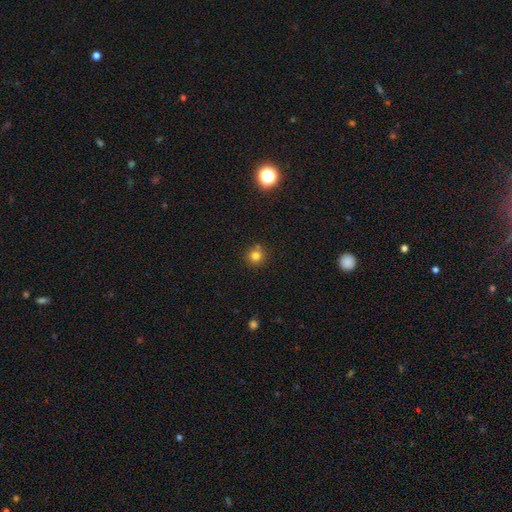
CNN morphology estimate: This appears to be a smooth galaxy with no disk features (79%) that is round (93%). Merging: none (80%).